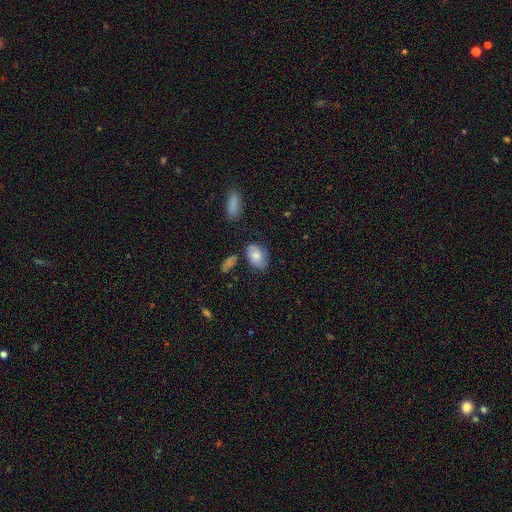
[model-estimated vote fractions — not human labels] The model was most divided on "merging": none: 64%, minor disturbance: 23%, major disturbance: 7%, merger: 6%. More confident: how rounded — in between (89%); smooth or featured — smooth (79%).